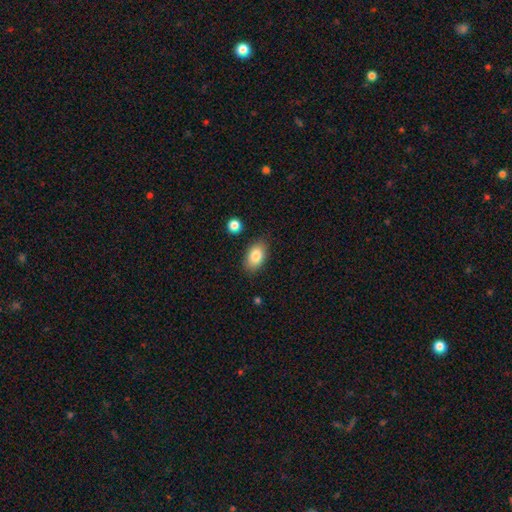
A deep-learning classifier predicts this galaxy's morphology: Q: Smooth or featured?
A: smooth (84%); runner-up: featured or disk (8%)
Q: How rounded?
A: in between (91%); runner-up: round (8%)
Q: Merging?
A: none (84%); runner-up: minor disturbance (11%)